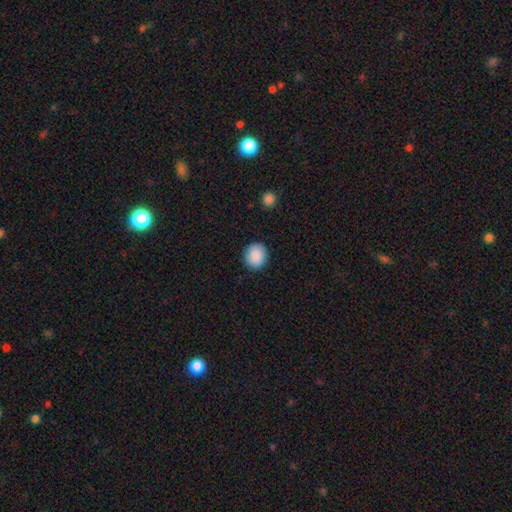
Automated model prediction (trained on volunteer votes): smooth-or-featured: smooth: 89% | star or artifact: 8% | featured or disk: 3%
  how-rounded: round: 82% | in between: 17% | cigar-shaped: 1%
  merging: none: 90% | minor disturbance: 7% | major disturbance: 2% | merger: 1%